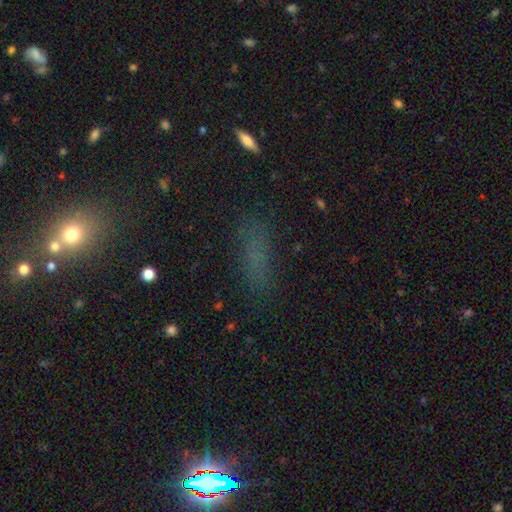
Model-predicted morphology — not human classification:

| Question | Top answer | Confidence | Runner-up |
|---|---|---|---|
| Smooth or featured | smooth | 53% | star or artifact (33%) |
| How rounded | cigar-shaped | 49% | in between (45%) |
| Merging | none | 81% | minor disturbance (12%) |